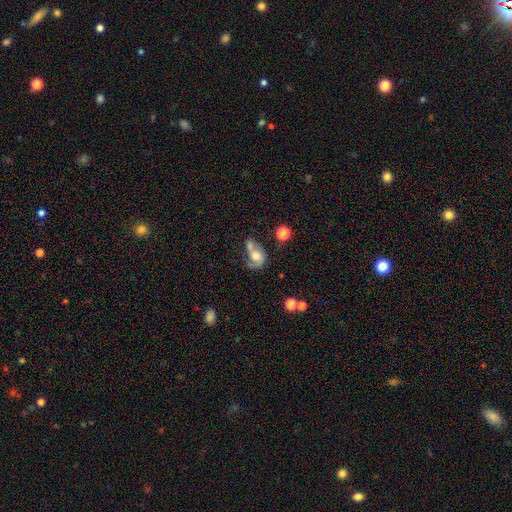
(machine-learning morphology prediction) smooth_or_featured: featured or disk (p=0.45) [alt: smooth p=0.44]
merging: merger (p=0.39) [alt: none p=0.23]